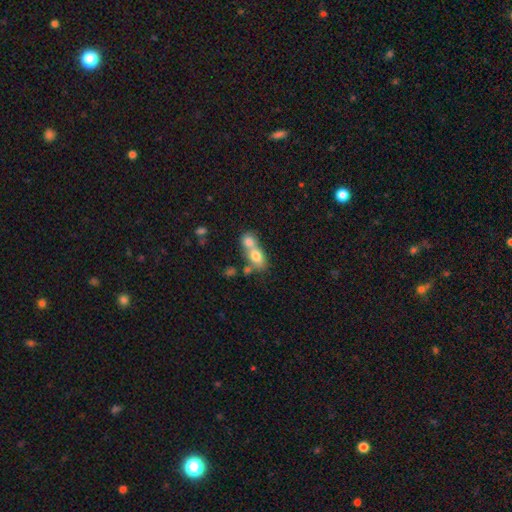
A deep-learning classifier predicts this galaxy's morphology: Overall: smooth (72%). How rounded: in between (68%; round 28%). Merging: merger (70%).